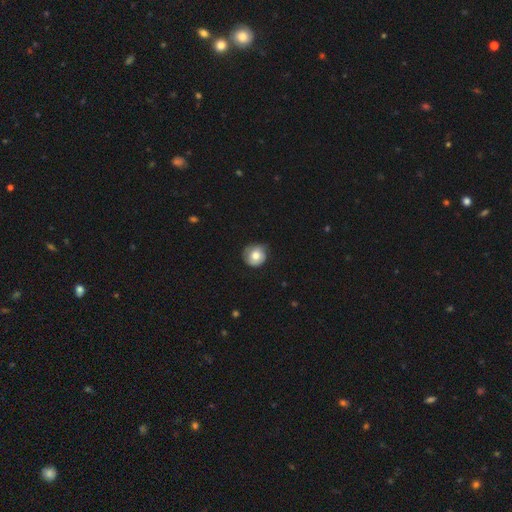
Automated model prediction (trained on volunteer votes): This appears to be a smooth galaxy with no disk features (69%) that is round (88%). Merging: none (68%).